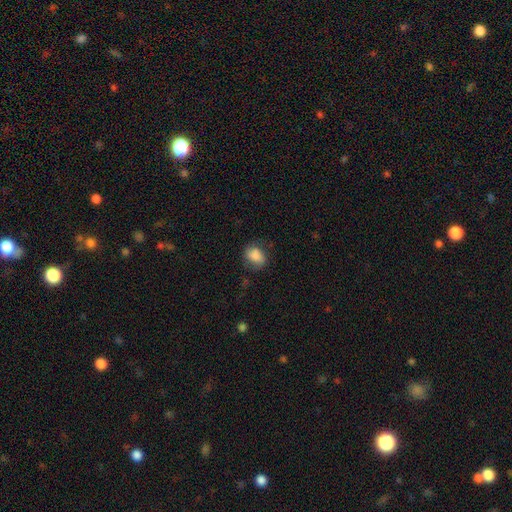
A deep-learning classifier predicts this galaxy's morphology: smooth 82%, featured or disk 10%, star or artifact 8%. Down the decision tree: how rounded — in between (65%); merging — none (65%).